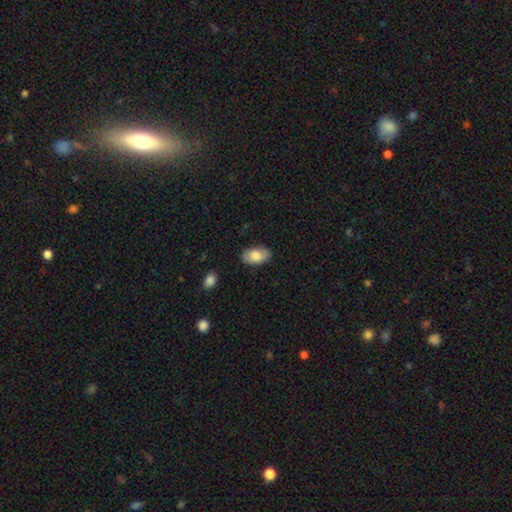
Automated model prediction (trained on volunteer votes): Overall: smooth (81%). How rounded: in between (94%). Merging: none (84%).